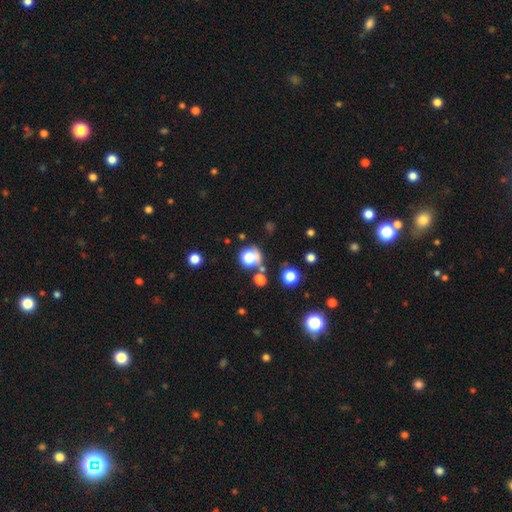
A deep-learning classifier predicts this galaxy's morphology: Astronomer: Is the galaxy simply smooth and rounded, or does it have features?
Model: smooth — 61%.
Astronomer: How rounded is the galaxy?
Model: round — 85%.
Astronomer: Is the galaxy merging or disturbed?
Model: none — 64%.